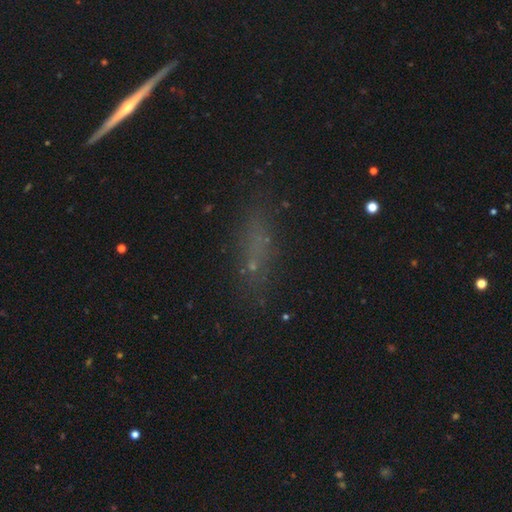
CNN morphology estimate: A smooth galaxy with no disk features (45%).

Vote fractions:
- Smooth or featured? smooth: 45% / featured or disk: 28% / star or artifact: 27%
- Merging? none: 67% / minor disturbance: 19% / major disturbance: 10% / merger: 4%